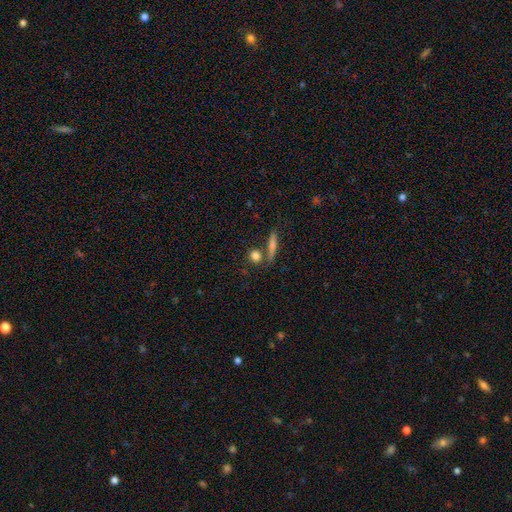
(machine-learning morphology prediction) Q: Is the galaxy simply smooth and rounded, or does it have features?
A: smooth — 80%.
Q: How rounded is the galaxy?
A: round — 69%.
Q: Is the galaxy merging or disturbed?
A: none — 70%.